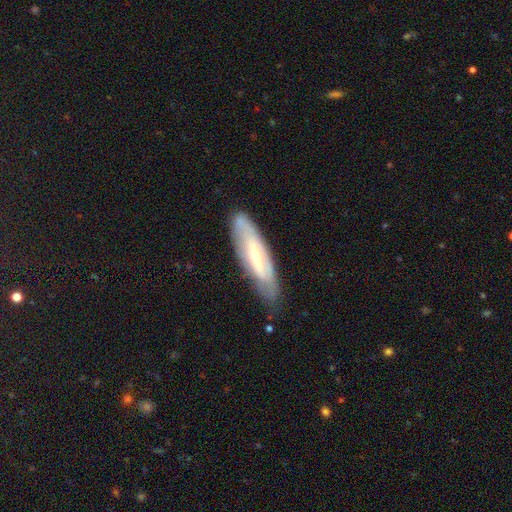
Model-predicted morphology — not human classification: Q: Smooth or featured?
A: featured or disk (64%); runner-up: smooth (30%)
Q: Edge-on disk?
A: no (68%); runner-up: yes (32%)
Q: Merging?
A: none (73%); runner-up: minor disturbance (20%)